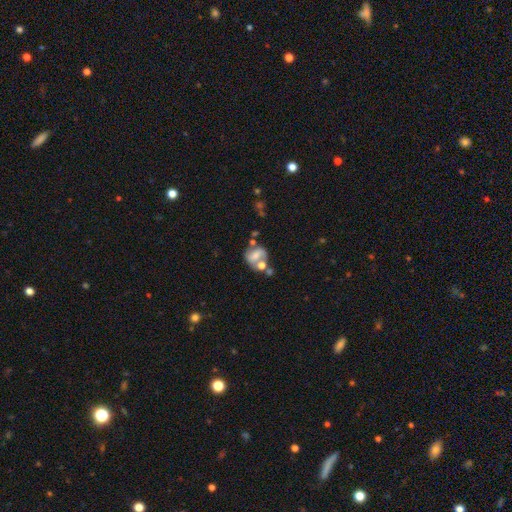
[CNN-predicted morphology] smooth-or-featured: featured or disk: 47% | smooth: 43% | star or artifact: 10%
  merging: none: 37% | merger: 34% | minor disturbance: 17% | major disturbance: 12%